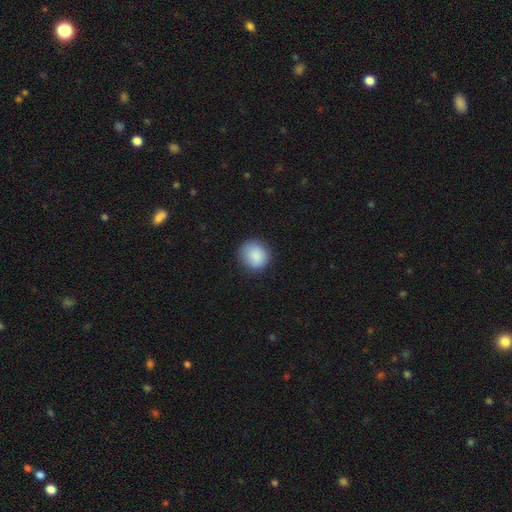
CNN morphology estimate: smooth_or_featured: smooth (p=0.88) [alt: star or artifact p=0.07]
how_rounded: round (p=0.88) [alt: in between p=0.11]
merging: none (p=0.84) [alt: minor disturbance p=0.12]